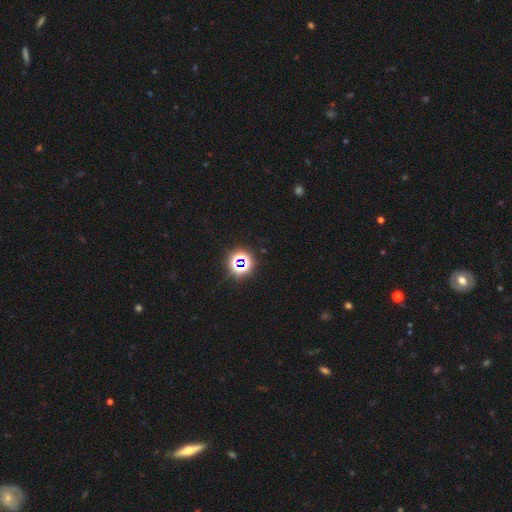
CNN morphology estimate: star or artifact 79%, smooth 14%, featured or disk 7%.